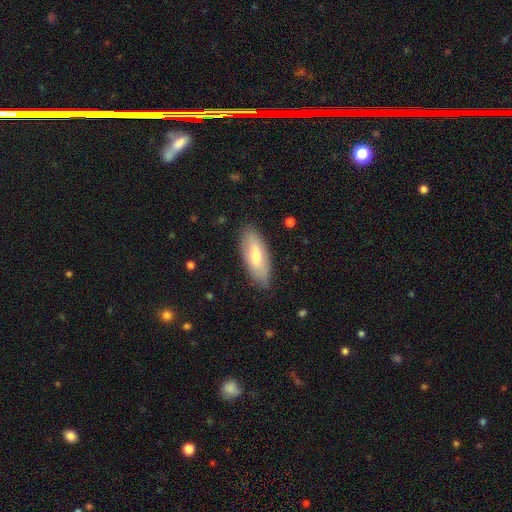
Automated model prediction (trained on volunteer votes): smooth-or-featured: smooth: 61% | featured or disk: 33% | star or artifact: 6%
  how-rounded: in between: 78% | cigar-shaped: 20% | round: 2%
  merging: none: 83% | minor disturbance: 13% | major disturbance: 3% | merger: 1%